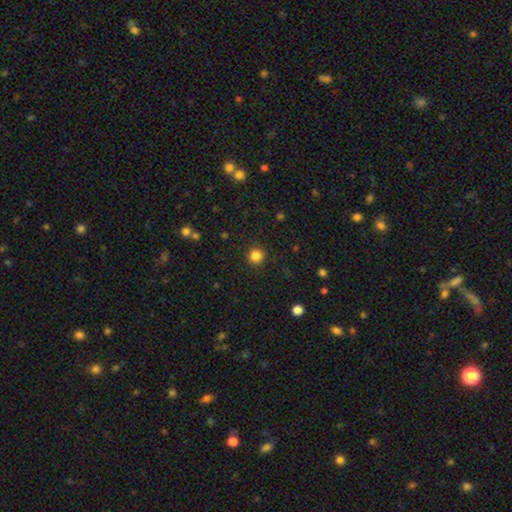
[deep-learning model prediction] A smooth galaxy with no disk features (84%) that is round (94%). Merging: none (91%).